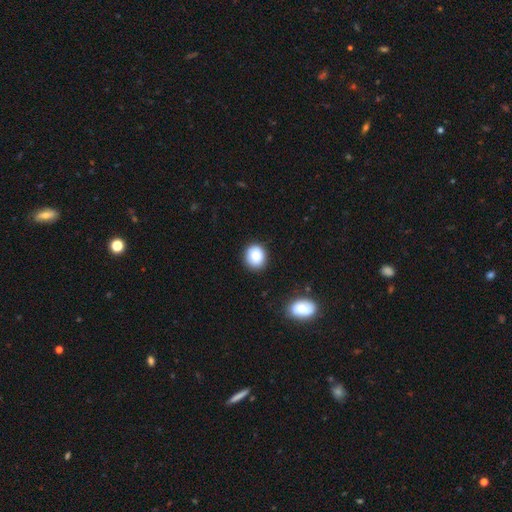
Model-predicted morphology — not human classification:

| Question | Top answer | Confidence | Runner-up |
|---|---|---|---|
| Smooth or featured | smooth | 88% | star or artifact (8%) |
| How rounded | round | 75% | in between (24%) |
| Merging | none | 85% | minor disturbance (11%) |